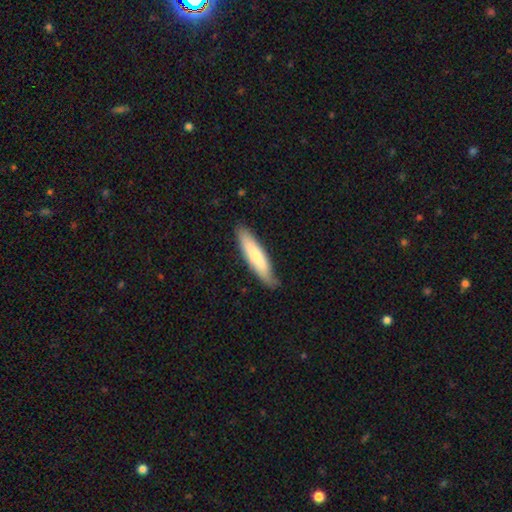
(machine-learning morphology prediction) smooth-or-featured: smooth: 70% | featured or disk: 25% | star or artifact: 5%
  how-rounded: cigar-shaped: 79% | in between: 20% | round: 1%
  merging: none: 77% | minor disturbance: 19% | major disturbance: 3% | merger: 1%